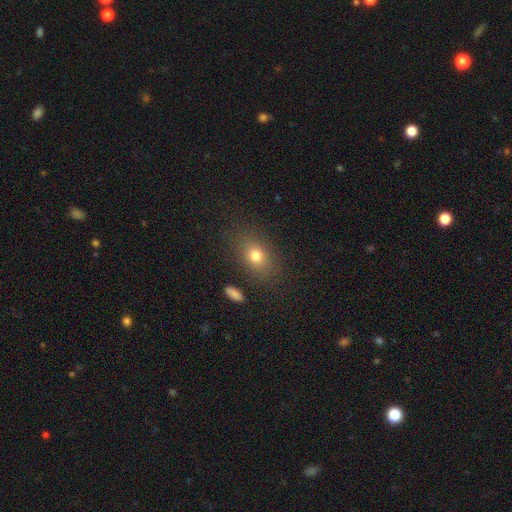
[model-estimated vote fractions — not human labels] smooth-or-featured: smooth: 75% | star or artifact: 13% | featured or disk: 12%
  how-rounded: in between: 68% | round: 30% | cigar-shaped: 2%
  merging: none: 80% | minor disturbance: 12% | major disturbance: 6% | merger: 2%